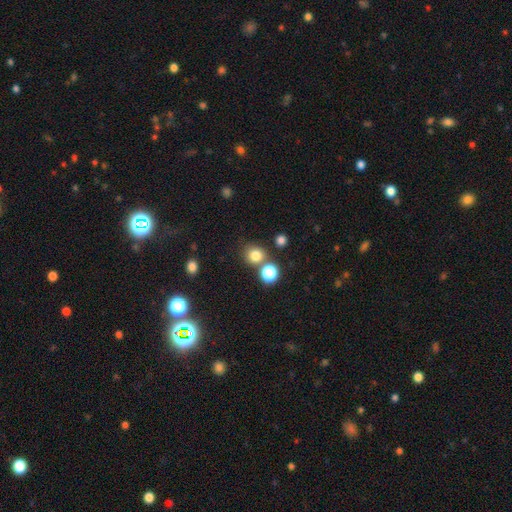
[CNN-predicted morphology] This appears to be a smooth galaxy with no disk features (78%) that is round (84%). Merging: none (71%).